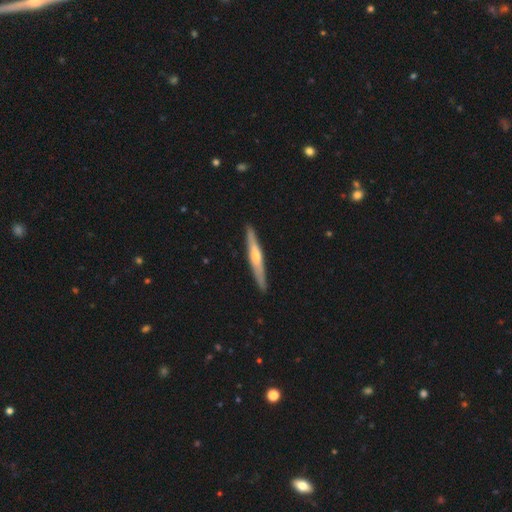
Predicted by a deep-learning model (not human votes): This appears to be a featured or disk galaxy (60%) viewed edge-on (95%) with a rounded central bulge (78%). Merging: none (91%).